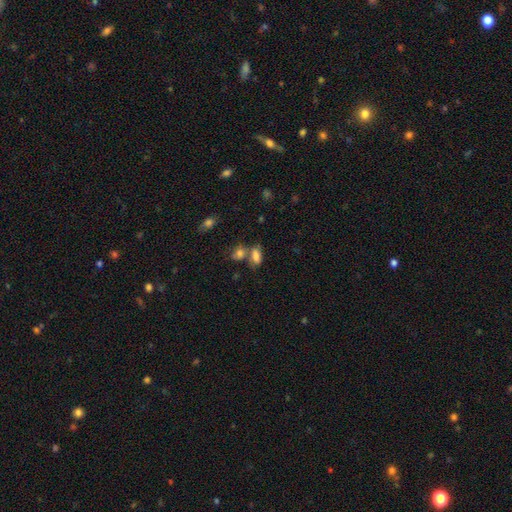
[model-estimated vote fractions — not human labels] smooth 79%, star or artifact 11%, featured or disk 10%. Down the decision tree: how rounded — in between (82%); merging — none (45%).